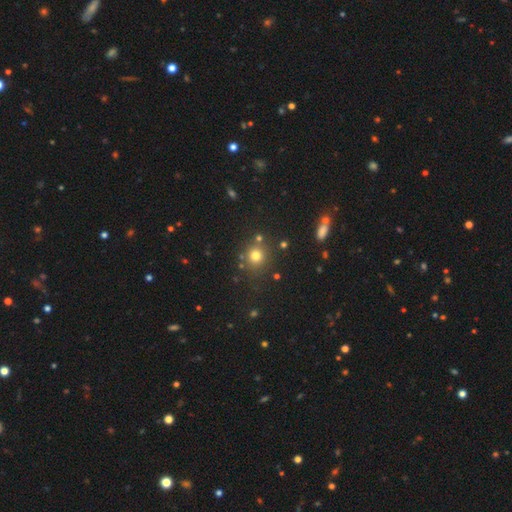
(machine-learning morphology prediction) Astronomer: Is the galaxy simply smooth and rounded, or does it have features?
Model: smooth — 74%.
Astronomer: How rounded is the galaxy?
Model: round — 89%.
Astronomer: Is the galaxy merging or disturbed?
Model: none — 79%.